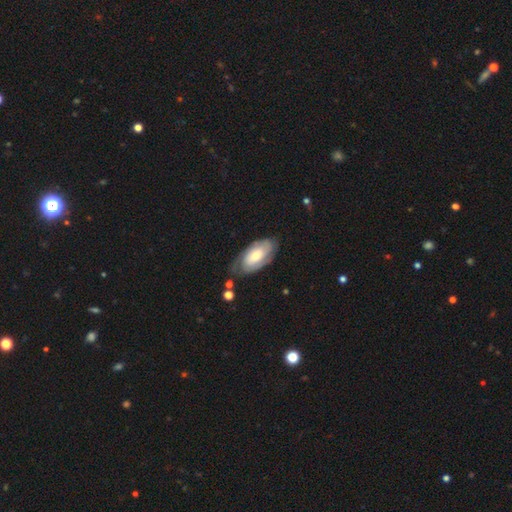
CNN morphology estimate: type=featured or disk (55%); edge-on=no (91%); merging=none (64%).